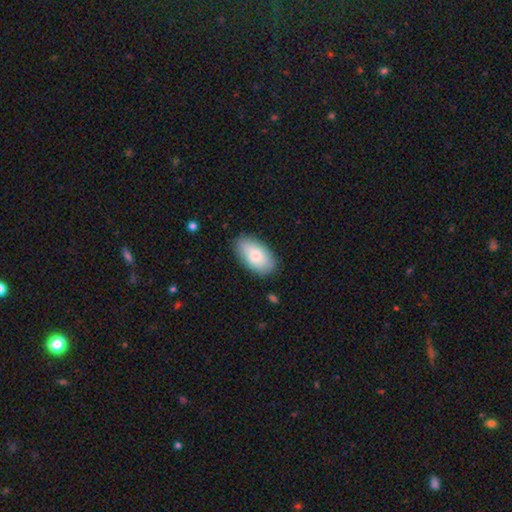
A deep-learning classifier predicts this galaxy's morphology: This is likely a smooth galaxy (79%). How rounded: clearly in between (94%). Merging: clearly none (83%).